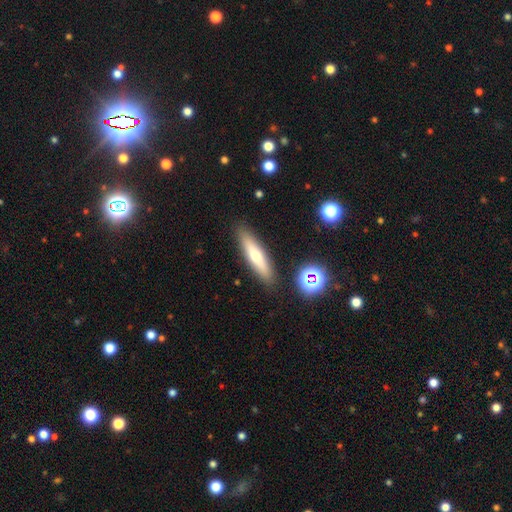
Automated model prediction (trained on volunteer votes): Q: Smooth or featured?
A: smooth (53%); runner-up: featured or disk (39%)
Q: How rounded?
A: cigar-shaped (78%); runner-up: in between (20%)
Q: Merging?
A: none (89%); runner-up: minor disturbance (8%)